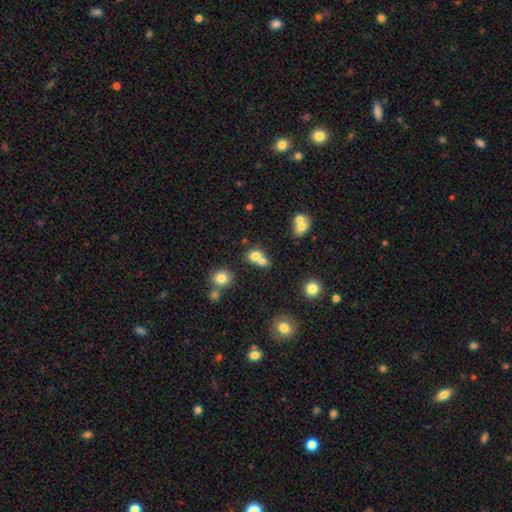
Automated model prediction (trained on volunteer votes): Q: Smooth or featured?
A: smooth (72%); runner-up: featured or disk (14%)
Q: How rounded?
A: round (60%); runner-up: in between (38%)
Q: Merging?
A: merger (58%); runner-up: none (30%)